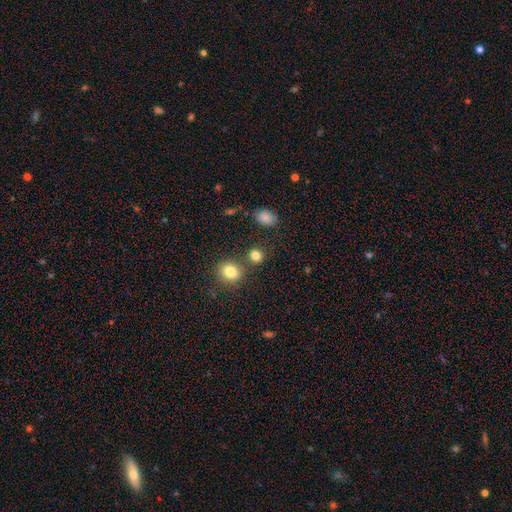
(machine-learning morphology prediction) This is clearly a smooth galaxy (82%). How rounded: likely round (78%). Merging: likely none (72%).